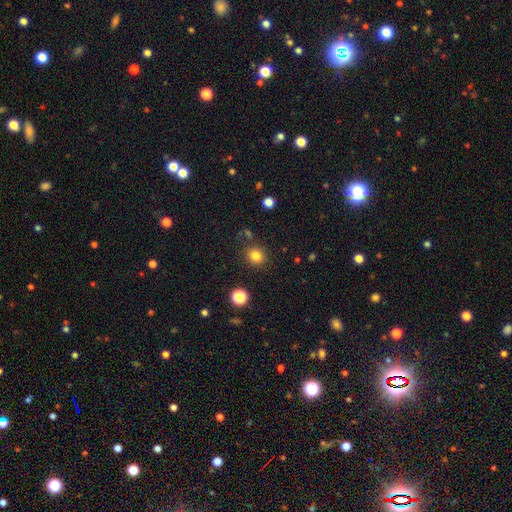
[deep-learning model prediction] Q: Smooth or featured?
A: smooth (81%); runner-up: star or artifact (13%)
Q: How rounded?
A: round (82%); runner-up: in between (18%)
Q: Merging?
A: none (84%); runner-up: minor disturbance (9%)